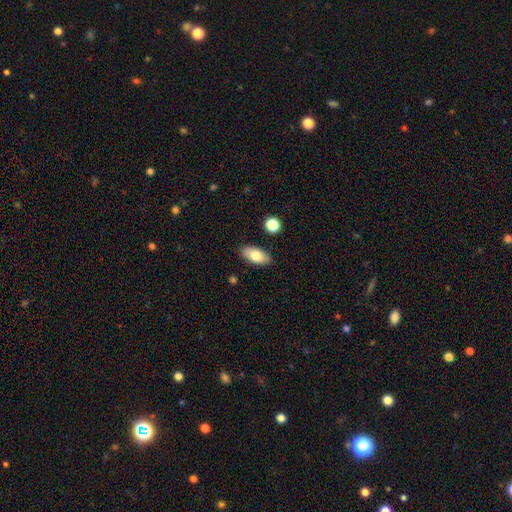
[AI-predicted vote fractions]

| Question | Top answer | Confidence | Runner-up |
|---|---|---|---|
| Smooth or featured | smooth | 78% | featured or disk (15%) |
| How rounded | in between | 90% | cigar-shaped (7%) |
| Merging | none | 87% | minor disturbance (9%) |